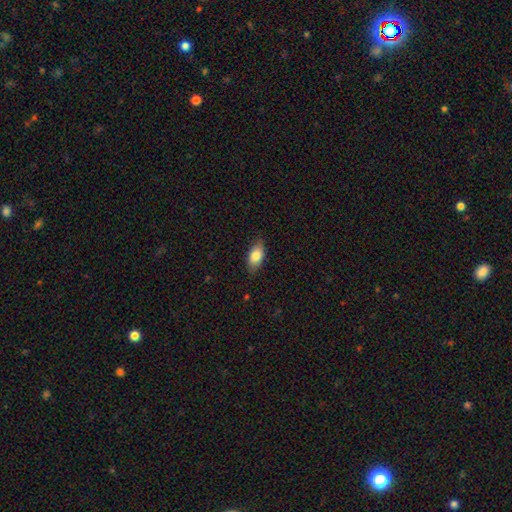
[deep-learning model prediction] smooth 82%, featured or disk 12%, star or artifact 7%. Down the decision tree: how rounded — in between (89%); merging — none (82%).